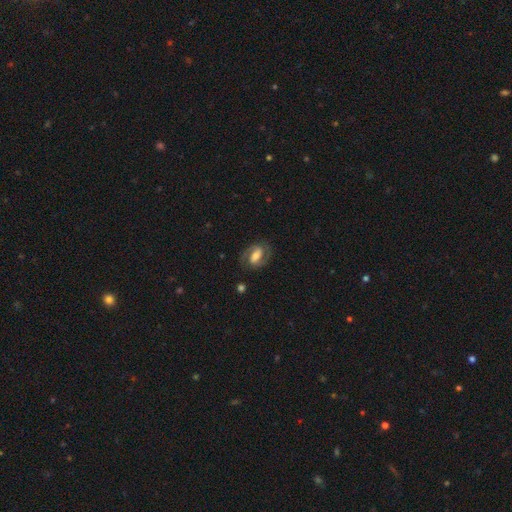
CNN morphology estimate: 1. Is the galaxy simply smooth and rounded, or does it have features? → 71% featured or disk, 22% smooth, 7% star or artifact.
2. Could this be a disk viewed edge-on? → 96% no, 4% yes.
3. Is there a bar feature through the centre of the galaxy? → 40% weak (tied), 40% strong (tied), 20% no.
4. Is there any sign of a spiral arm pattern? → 89% yes, 11% no.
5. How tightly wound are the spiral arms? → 51% medium, 31% tight, 18% loose.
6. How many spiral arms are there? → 89% 2, 6% can't tell, 3% 1, 1% 3, 1% 4, 1% more than 4.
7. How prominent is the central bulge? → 55% moderate, 21% small, 19% large, 3% none, 2% dominant.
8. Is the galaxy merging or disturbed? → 79% none, 13% minor disturbance, 7% major disturbance, 2% merger.